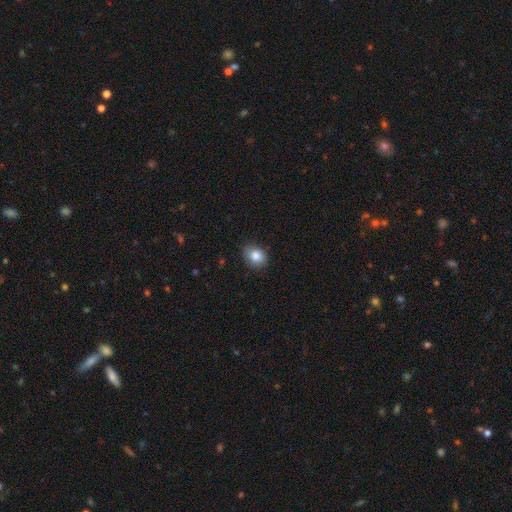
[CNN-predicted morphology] This is clearly a smooth galaxy (86%). How rounded: possibly in between (53%). Merging: clearly none (80%).